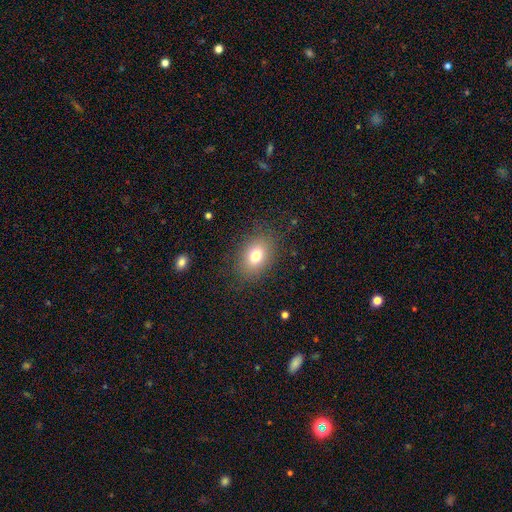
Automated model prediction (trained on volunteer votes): A smooth galaxy with no disk features (76%) that is in between round and cigar-shaped (73%).

Vote fractions:
- Smooth or featured? smooth: 76% / featured or disk: 12% / star or artifact: 11%
- How rounded? in between: 73% / round: 26% / cigar-shaped: 1%
- Merging? none: 84% / minor disturbance: 10% / major disturbance: 4% / merger: 1%